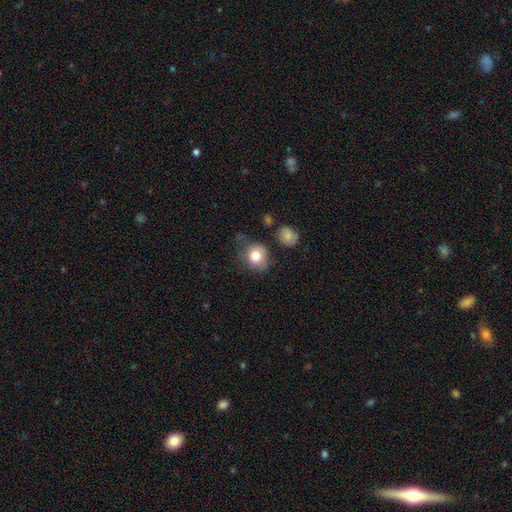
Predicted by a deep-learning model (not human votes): smooth_or_featured: smooth (p=0.79) [alt: featured or disk p=0.11]
how_rounded: round (p=0.70) [alt: in between p=0.29]
merging: none (p=0.60) [alt: minor disturbance p=0.26]